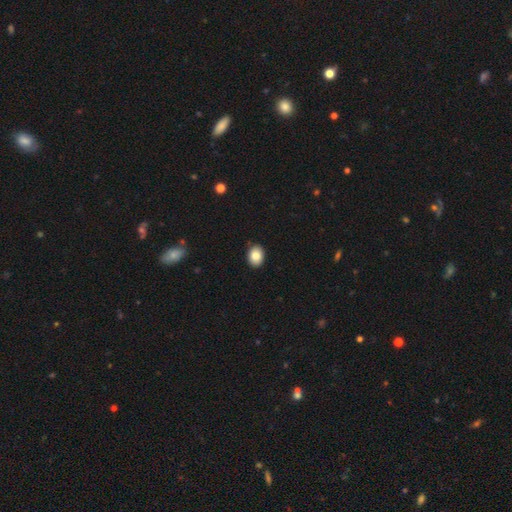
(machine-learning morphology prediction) Smooth or featured: smooth — 86% (star or artifact — 8%)
How rounded: in between — 69% (round — 30%)
Merging: none — 89% (minor disturbance — 8%)